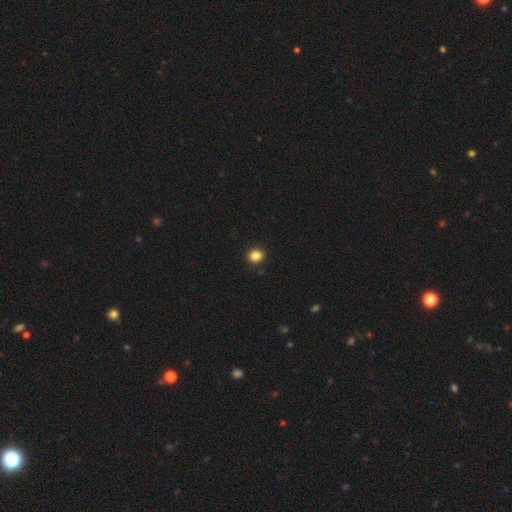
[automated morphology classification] A smooth galaxy with no disk features (85%) that is round (83%).

Vote fractions:
- Smooth or featured? smooth: 85% / star or artifact: 11% / featured or disk: 4%
- How rounded? round: 83% / in between: 16% / cigar-shaped: 1%
- Merging? none: 92% / minor disturbance: 5% / major disturbance: 2% / merger: 1%